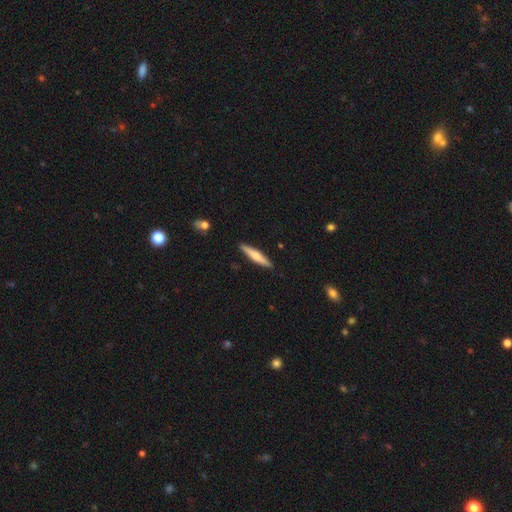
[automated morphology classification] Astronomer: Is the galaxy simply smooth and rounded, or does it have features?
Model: smooth — 54% (runner-up: featured or disk, 41%).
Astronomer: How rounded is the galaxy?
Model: cigar-shaped — 91%.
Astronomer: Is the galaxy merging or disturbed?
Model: none — 90%.